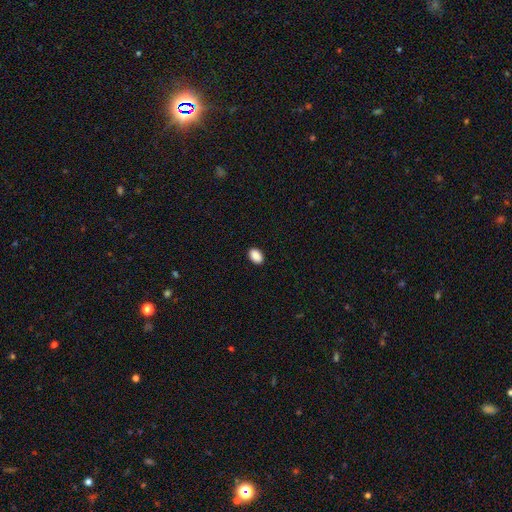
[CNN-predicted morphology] The model was most divided on "how rounded": in between: 84%, round: 14%, cigar-shaped: 1%. More confident: merging — none (90%); smooth or featured — smooth (90%).